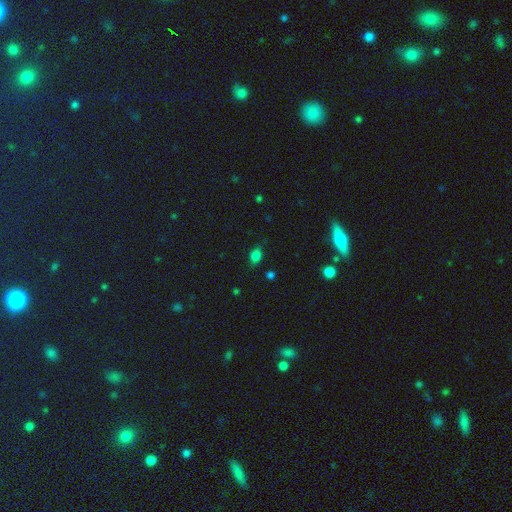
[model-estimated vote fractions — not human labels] A smooth galaxy with no disk features (78%) that is in between round and cigar-shaped (78%). Merging: none (75%).